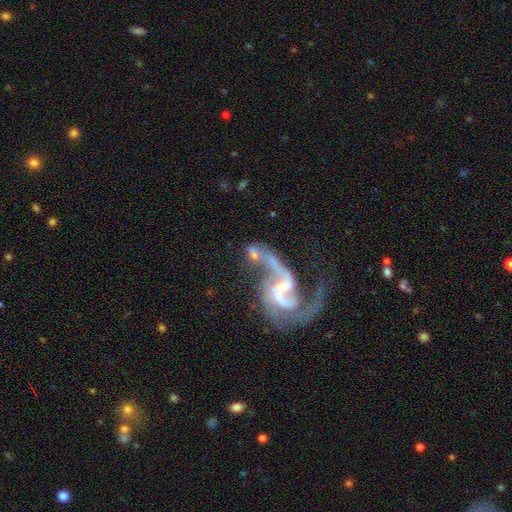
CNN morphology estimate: The model was most divided on "merging": merger: 35%, none: 27%, major disturbance: 25%, minor disturbance: 12%. Remaining: edge-on disk — no (97%); spiral arms — yes (89%); smooth or featured — featured or disk (83%); spiral arm count — 2 (77%); spiral winding — loose (71%); bulge size — small (45%); bar — weak (44%).